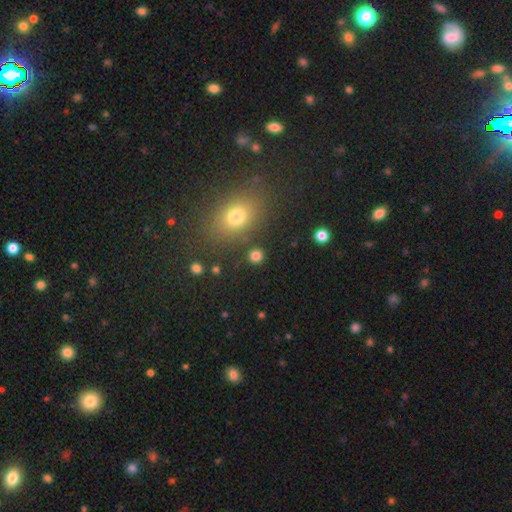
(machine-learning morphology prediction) The model was most divided on "smooth or featured": smooth: 82%, star or artifact: 14%, featured or disk: 5%. More confident: how rounded — round (88%); merging — none (87%).